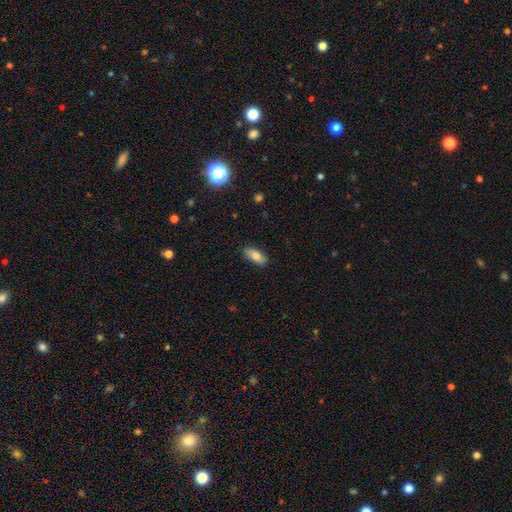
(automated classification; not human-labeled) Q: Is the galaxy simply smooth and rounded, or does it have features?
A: smooth — 80%.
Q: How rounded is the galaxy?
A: in between — 82%.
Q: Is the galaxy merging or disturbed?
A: none — 83%.